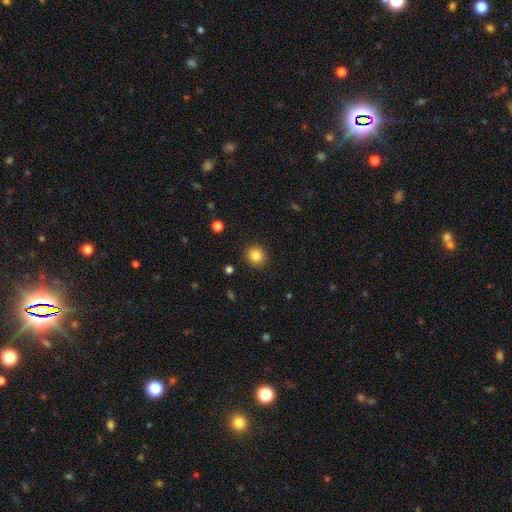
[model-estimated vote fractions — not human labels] Overall: smooth (85%). How rounded: round (86%). Merging: none (90%).